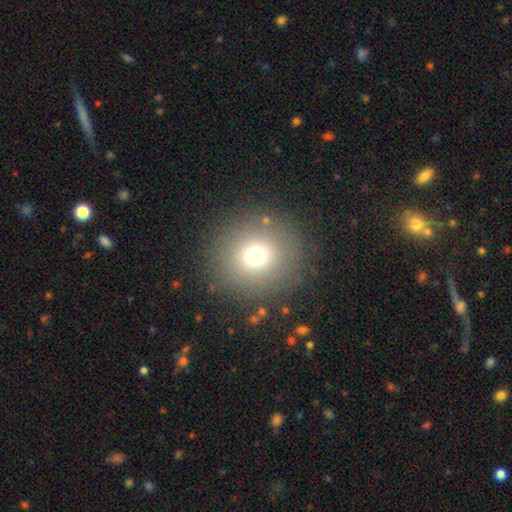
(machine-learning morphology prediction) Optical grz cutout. It shows a smooth galaxy with no disk features (72%) that is round (93%). Merging: none (87%).